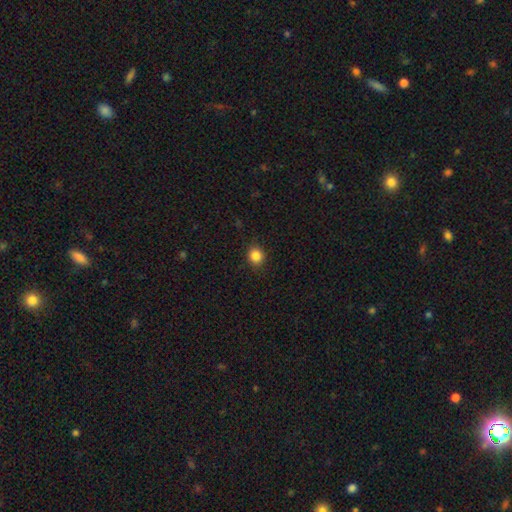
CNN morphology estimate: A smooth galaxy with no disk features (85%) that is round (83%). Merging: none (89%).